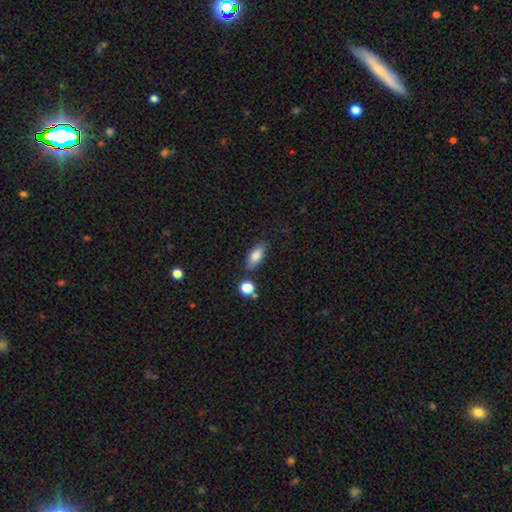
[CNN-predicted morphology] A smooth galaxy with no disk features (82%) that is in between round and cigar-shaped (82%).

Vote fractions:
- Smooth or featured? smooth: 82% / featured or disk: 10% / star or artifact: 8%
- How rounded? in between: 82% / cigar-shaped: 14% / round: 4%
- Merging? none: 78% / minor disturbance: 14% / merger: 5% / major disturbance: 3%